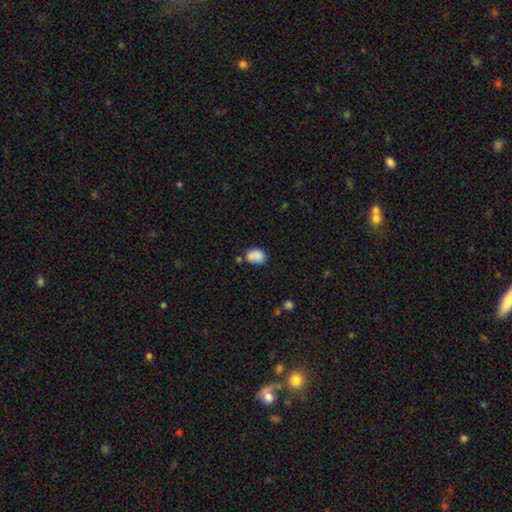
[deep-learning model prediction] smooth-or-featured: smooth: 84% | star or artifact: 9% | featured or disk: 7%
  how-rounded: in between: 68% | round: 30% | cigar-shaped: 1%
  merging: none: 53% | minor disturbance: 25% | merger: 15% | major disturbance: 7%